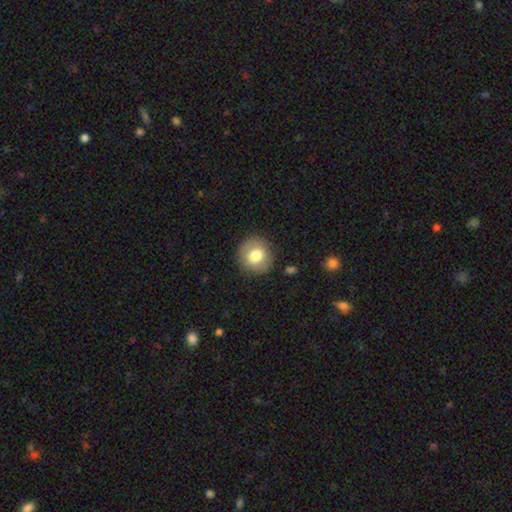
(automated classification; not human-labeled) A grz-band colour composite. It shows a smooth galaxy with no disk features (77%) that is round (90%). Merging: none (88%).